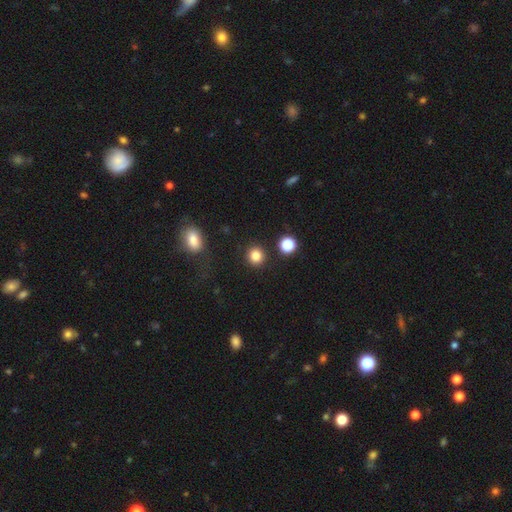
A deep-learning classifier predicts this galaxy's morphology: A smooth galaxy with no disk features (84%) that is round (89%). Merging: none (88%).